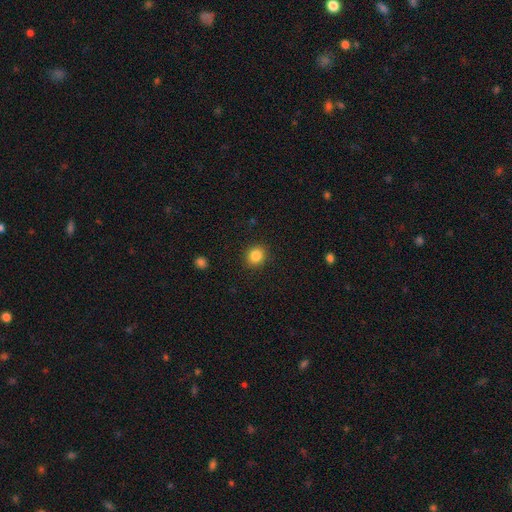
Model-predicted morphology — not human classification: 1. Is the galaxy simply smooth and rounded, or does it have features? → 85% smooth, 10% star or artifact, 5% featured or disk.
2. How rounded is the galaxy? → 83% round, 16% in between, 1% cigar-shaped.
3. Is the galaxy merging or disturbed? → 90% none, 6% minor disturbance, 2% major disturbance, 1% merger.